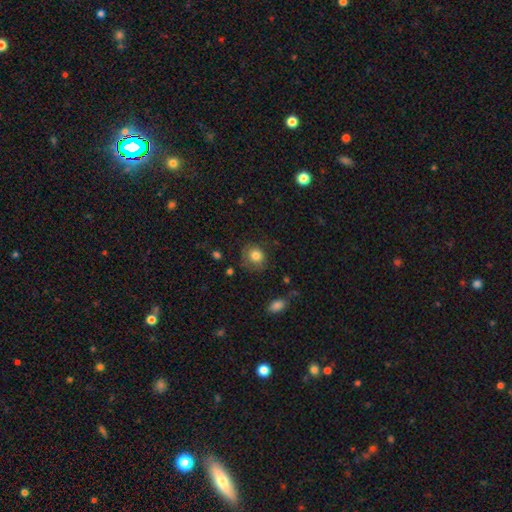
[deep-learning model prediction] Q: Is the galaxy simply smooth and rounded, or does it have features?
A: smooth — 79%.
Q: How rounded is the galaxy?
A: round — 75%.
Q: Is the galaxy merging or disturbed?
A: none — 64%.